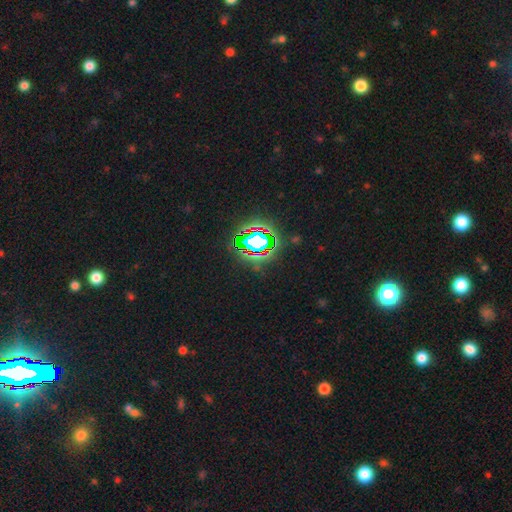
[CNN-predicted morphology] Smooth or featured: star or artifact — 80% (smooth — 13%)